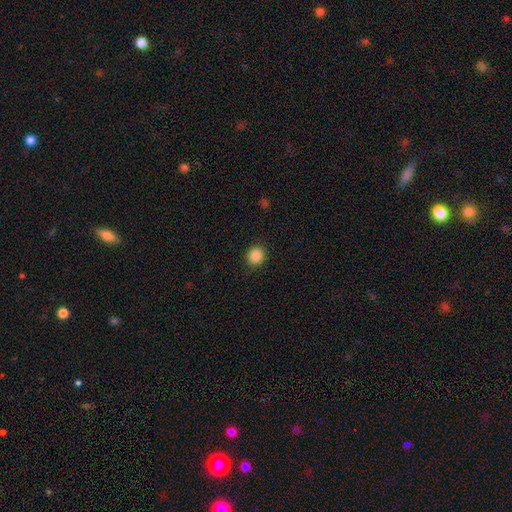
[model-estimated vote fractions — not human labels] Q: Smooth or featured?
A: smooth (87%); runner-up: star or artifact (10%)
Q: How rounded?
A: round (81%); runner-up: in between (18%)
Q: Merging?
A: none (90%); runner-up: minor disturbance (6%)